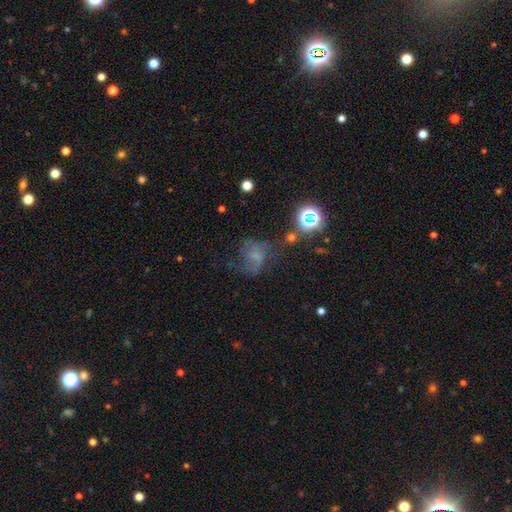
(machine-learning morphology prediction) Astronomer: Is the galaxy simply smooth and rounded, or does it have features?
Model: featured or disk — 39% (runner-up: smooth, 34%).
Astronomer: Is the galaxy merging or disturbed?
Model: none — 40% (runner-up: major disturbance, 31%).